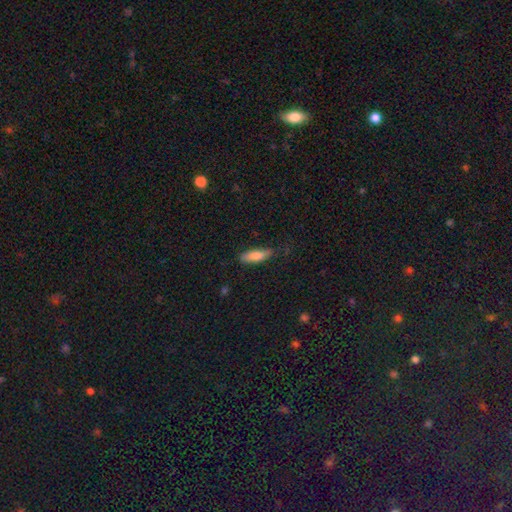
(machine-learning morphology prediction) The model was most divided on "how rounded": cigar-shaped: 50%, in between: 48%, round: 2%. More confident: smooth or featured — smooth (82%); merging — none (75%).